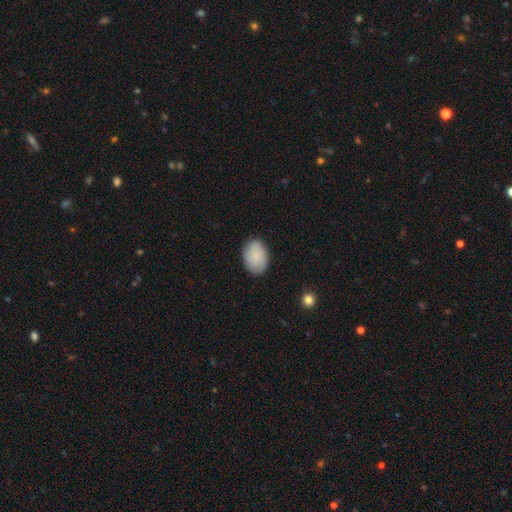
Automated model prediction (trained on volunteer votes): The model was most divided on "how rounded": in between: 80%, round: 19%, cigar-shaped: 1%. More confident: merging — none (85%); smooth or featured — smooth (85%).